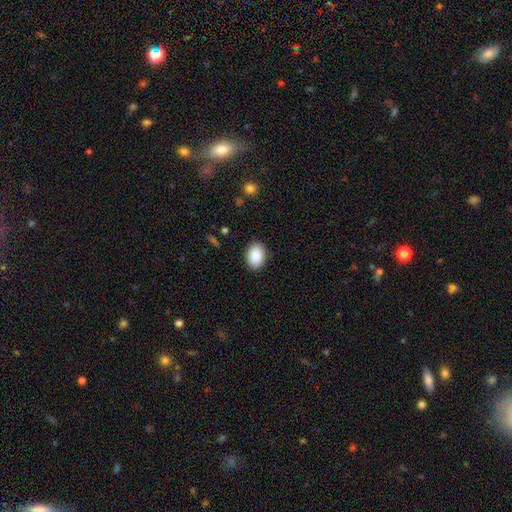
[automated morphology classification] Smooth or featured: smooth — 89% (star or artifact — 7%)
How rounded: in between — 80% (round — 19%)
Merging: none — 88% (minor disturbance — 9%)